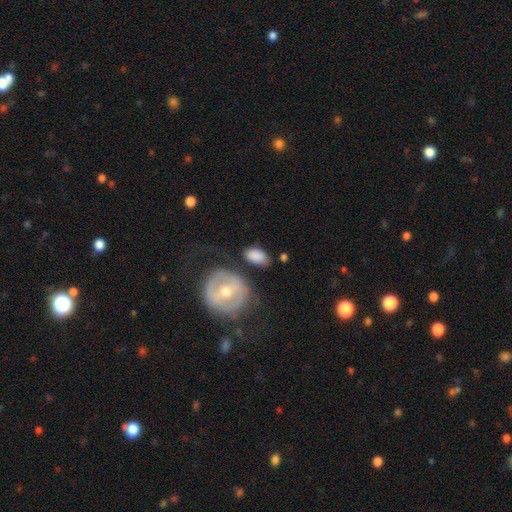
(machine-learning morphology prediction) Q: Smooth or featured?
A: smooth (81%); runner-up: featured or disk (14%)
Q: How rounded?
A: in between (87%); runner-up: round (11%)
Q: Merging?
A: none (66%); runner-up: minor disturbance (19%)